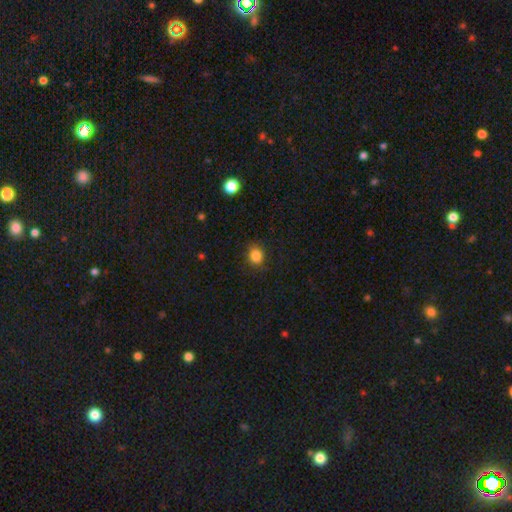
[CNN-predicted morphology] smooth_or_featured: smooth (p=0.85) [alt: star or artifact p=0.11]
how_rounded: round (p=0.76) [alt: in between p=0.23]
merging: none (p=0.84) [alt: minor disturbance p=0.12]